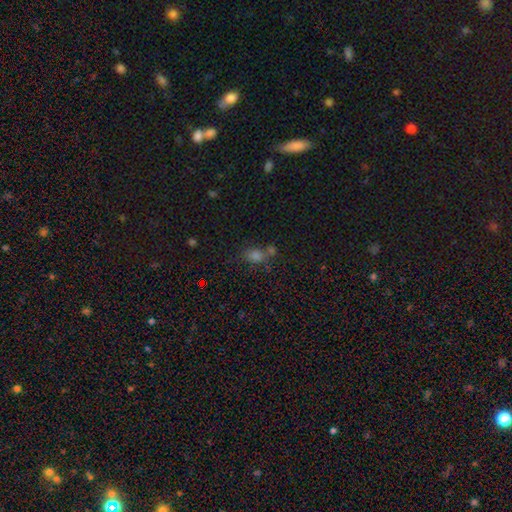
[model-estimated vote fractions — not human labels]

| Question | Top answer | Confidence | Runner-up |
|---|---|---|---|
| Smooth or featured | smooth | 65% | star or artifact (27%) |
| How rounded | in between | 59% | round (38%) |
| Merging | none | 59% | merger (23%) |